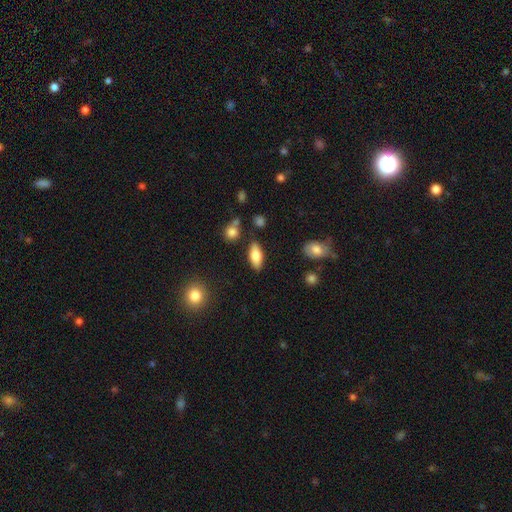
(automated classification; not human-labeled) Smooth or featured? Predicted: smooth (p=0.76). How rounded? Predicted: in between (p=0.82). Merging? Predicted: none (p=0.84).